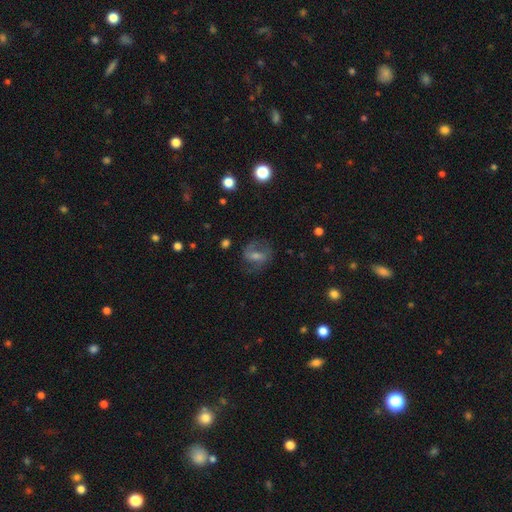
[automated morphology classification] This appears to be a featured or disk galaxy (59%) with a weak bar (45%), spiral arms (75%) and a moderate central bulge (44%). Merging: none (68%).